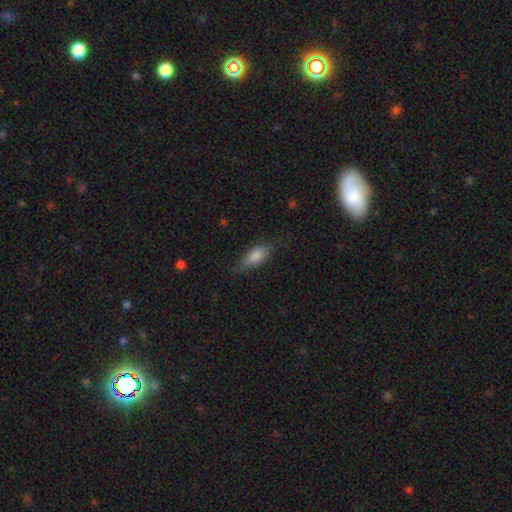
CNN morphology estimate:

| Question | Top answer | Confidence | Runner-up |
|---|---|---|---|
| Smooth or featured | smooth | 77% | featured or disk (16%) |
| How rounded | in between | 73% | cigar-shaped (24%) |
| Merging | none | 72% | minor disturbance (20%) |